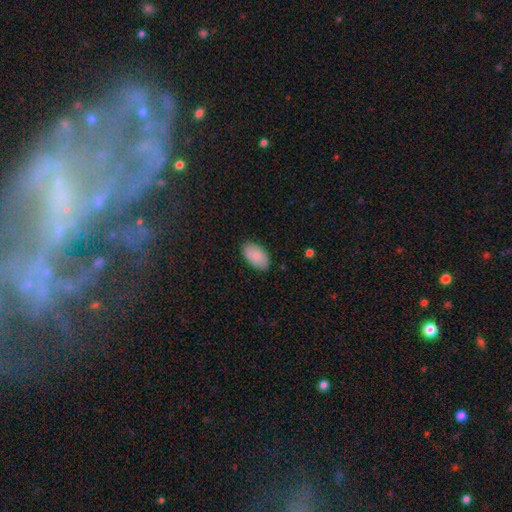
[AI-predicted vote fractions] A smooth galaxy with no disk features (86%) that is in between round and cigar-shaped (95%).

Vote fractions:
- Smooth or featured? smooth: 86% / featured or disk: 8% / star or artifact: 6%
- How rounded? in between: 95% / round: 3% / cigar-shaped: 2%
- Merging? none: 86% / minor disturbance: 11% / major disturbance: 2% / merger: 1%